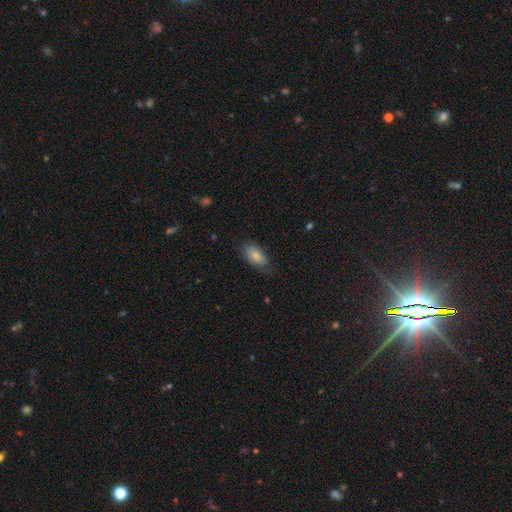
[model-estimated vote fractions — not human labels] Overall: smooth (83%). How rounded: in between (92%). Merging: none (72%).